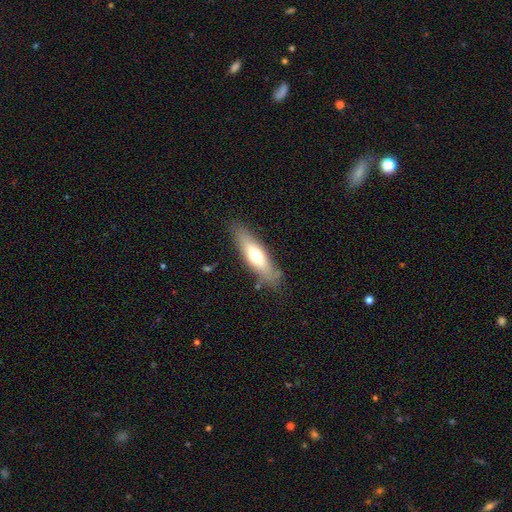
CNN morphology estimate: Smooth or featured? Predicted: smooth (p=0.56). How rounded? Predicted: cigar-shaped (p=0.58). Merging? Predicted: none (p=0.79).